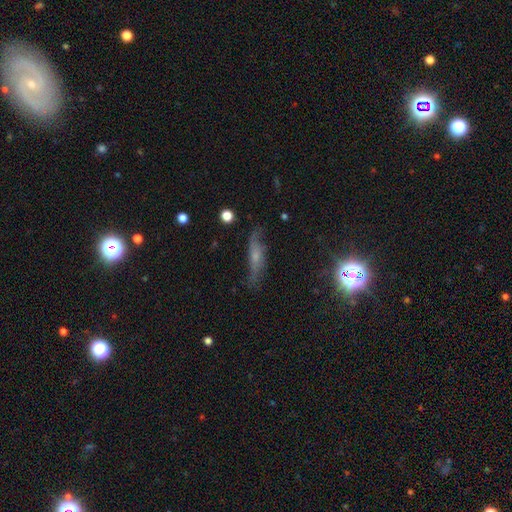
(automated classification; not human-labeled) A featured or disk galaxy (53%) viewed edge-on (52%).

Vote fractions:
- Smooth or featured? featured or disk: 53% / smooth: 33% / star or artifact: 15%
- Edge-on disk? yes: 52% / no: 48%
- Merging? none: 64% / minor disturbance: 24% / major disturbance: 10% / merger: 2%